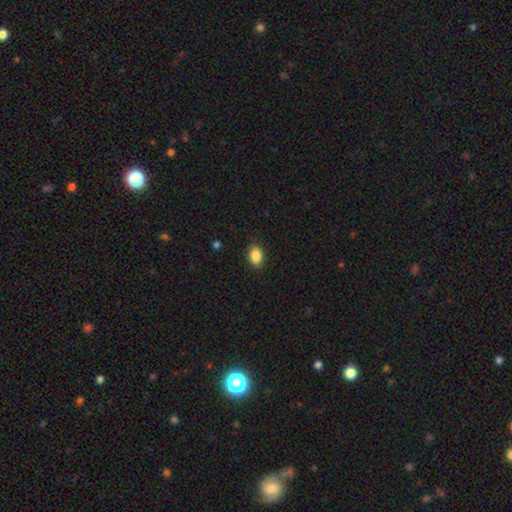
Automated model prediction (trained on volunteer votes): Smooth or featured: smooth — 89% (star or artifact — 8%)
How rounded: in between — 86% (round — 12%)
Merging: none — 89% (minor disturbance — 8%)